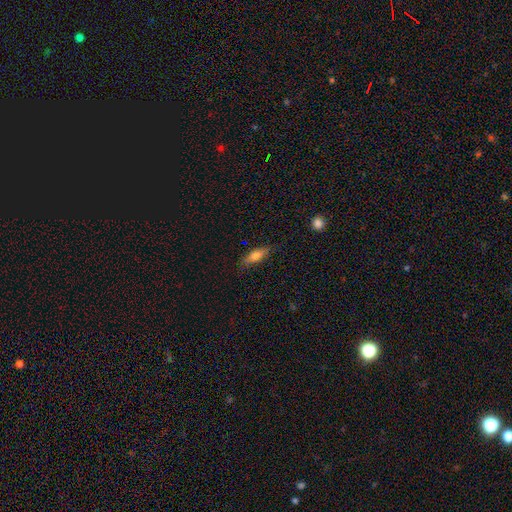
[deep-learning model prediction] smooth-or-featured: smooth: 63% | featured or disk: 30% | star or artifact: 7%
  how-rounded: cigar-shaped: 54% | in between: 43% | round: 3%
  merging: none: 83% | minor disturbance: 13% | major disturbance: 3% | merger: 1%